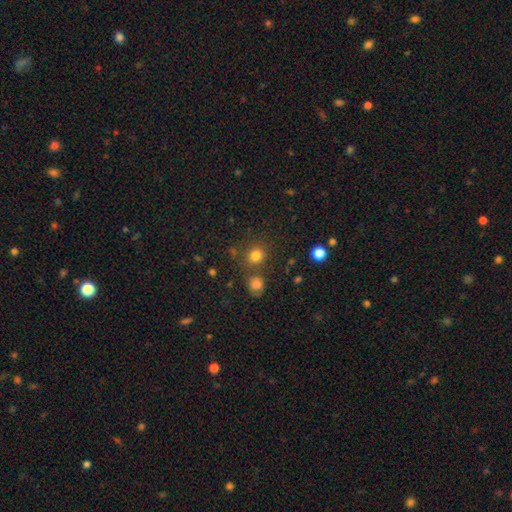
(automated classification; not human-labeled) smooth_or_featured: smooth (p=0.80) [alt: star or artifact p=0.14]
how_rounded: round (p=0.83) [alt: in between p=0.16]
merging: none (p=0.72) [alt: merger p=0.15]